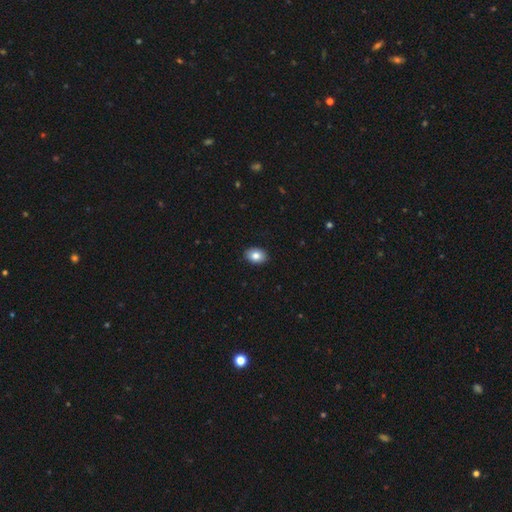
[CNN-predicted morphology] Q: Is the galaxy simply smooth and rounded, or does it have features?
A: smooth — 83%.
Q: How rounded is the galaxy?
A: in between — 79%.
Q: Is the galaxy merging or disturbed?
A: none — 91%.